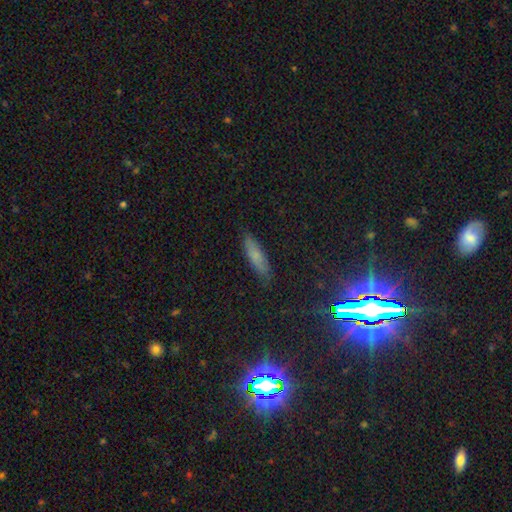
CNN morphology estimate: smooth 69%, featured or disk 17%, star or artifact 14%. Down the decision tree: how rounded — cigar-shaped (67%); merging — none (84%).